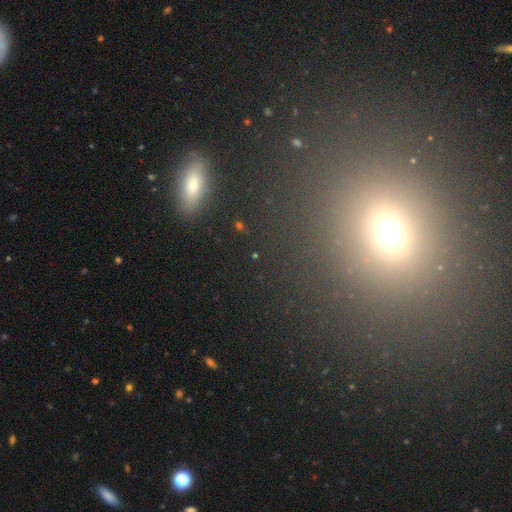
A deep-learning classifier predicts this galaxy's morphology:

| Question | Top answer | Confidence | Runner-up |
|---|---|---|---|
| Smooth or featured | star or artifact | 43% | tied: smooth (43%) |